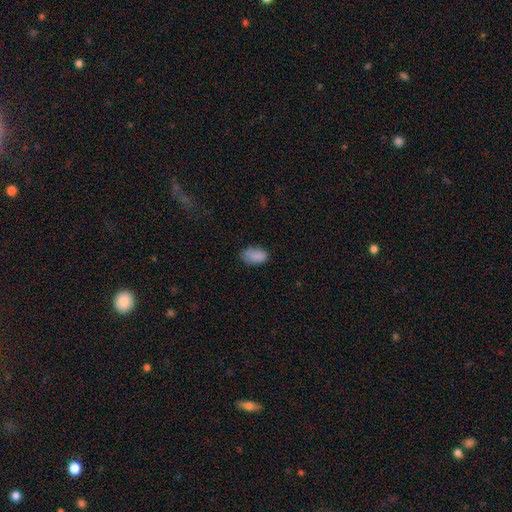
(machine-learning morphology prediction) This appears to be a smooth galaxy with no disk features (86%) that is in between round and cigar-shaped (92%). Merging: none (66%).